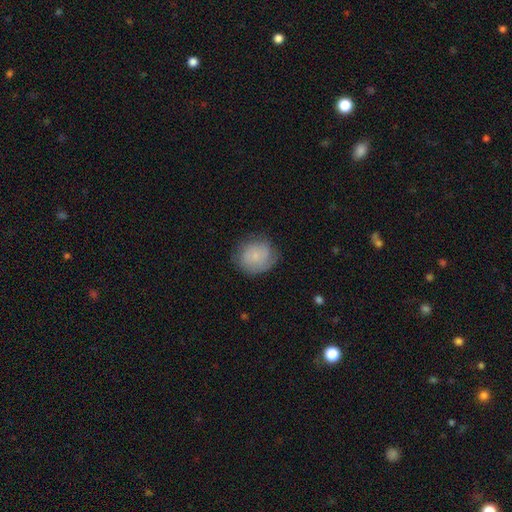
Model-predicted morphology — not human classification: Smooth or featured? smooth (73%)
How rounded? round (83%)
Merging? none (72%)